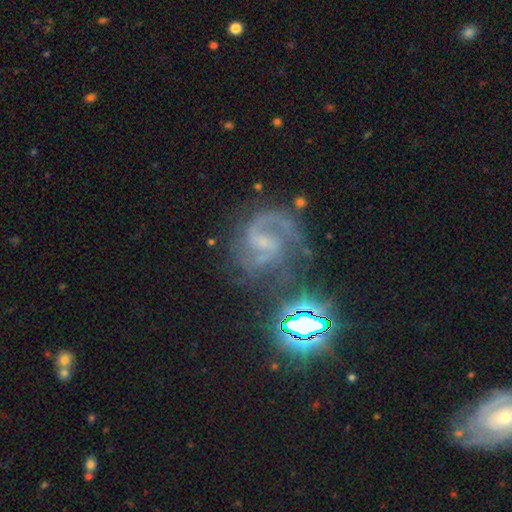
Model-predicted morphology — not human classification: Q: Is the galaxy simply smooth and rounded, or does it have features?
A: featured or disk — 79%.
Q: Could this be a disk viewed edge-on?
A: no — 98%.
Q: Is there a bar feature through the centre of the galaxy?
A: weak — 53%.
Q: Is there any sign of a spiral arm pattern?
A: yes — 96%.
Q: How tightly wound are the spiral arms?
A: medium — 55%.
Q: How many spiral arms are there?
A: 2 — 76%.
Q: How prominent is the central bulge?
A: small — 59%.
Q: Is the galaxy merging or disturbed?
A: none — 60%.